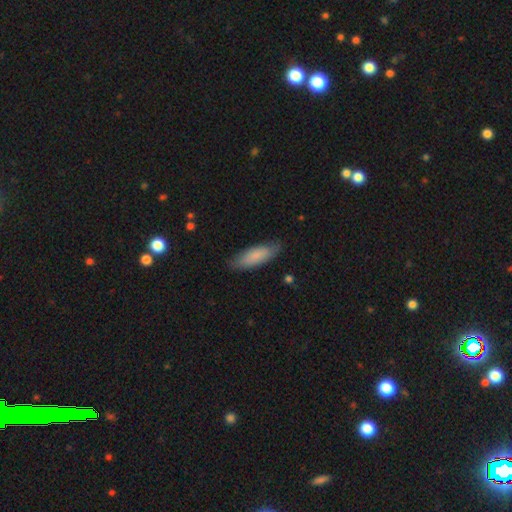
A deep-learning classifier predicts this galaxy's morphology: A smooth galaxy with no disk features (82%) that is in between round and cigar-shaped (60%).

Vote fractions:
- Smooth or featured? smooth: 82% / featured or disk: 12% / star or artifact: 6%
- How rounded? in between: 60% / cigar-shaped: 38% / round: 2%
- Merging? none: 80% / minor disturbance: 16% / major disturbance: 3% / merger: 1%